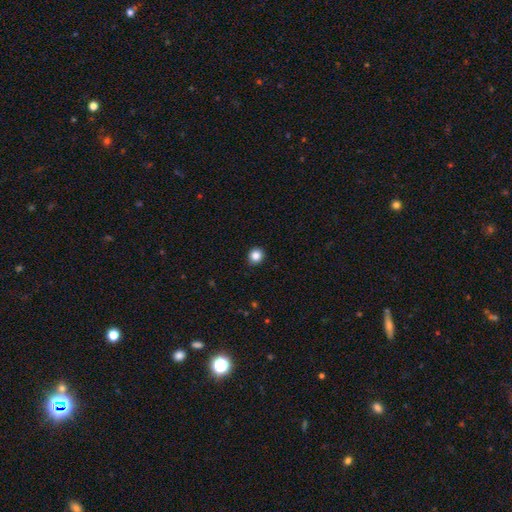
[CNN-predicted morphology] Overall: smooth (86%). How rounded: round (85%). Merging: none (92%).